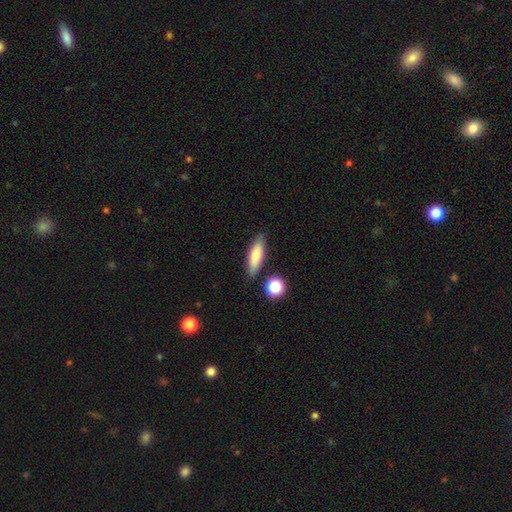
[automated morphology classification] Q: Smooth or featured?
A: smooth (80%); runner-up: featured or disk (13%)
Q: How rounded?
A: in between (49%); runner-up: cigar-shaped (48%)
Q: Merging?
A: none (82%); runner-up: minor disturbance (11%)